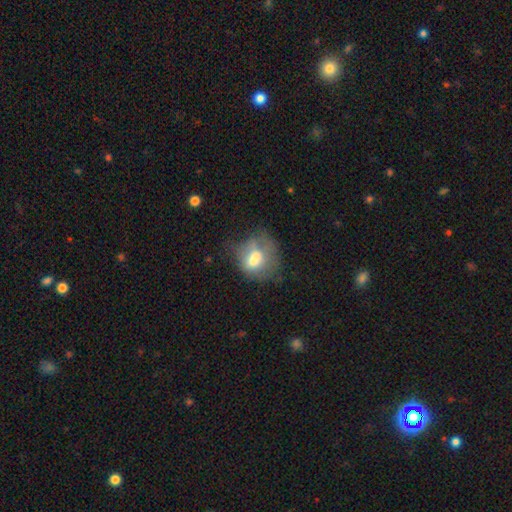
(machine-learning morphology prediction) Smooth or featured?
  - smooth: 64% *
  - featured or disk: 26%
  - star or artifact: 10%
How rounded?
  - round: 50% *
  - in between: 48%
  - cigar-shaped: 1%
Merging?
  - none: 38% *
  - minor disturbance: 29%
  - major disturbance: 27%
  - merger: 6%